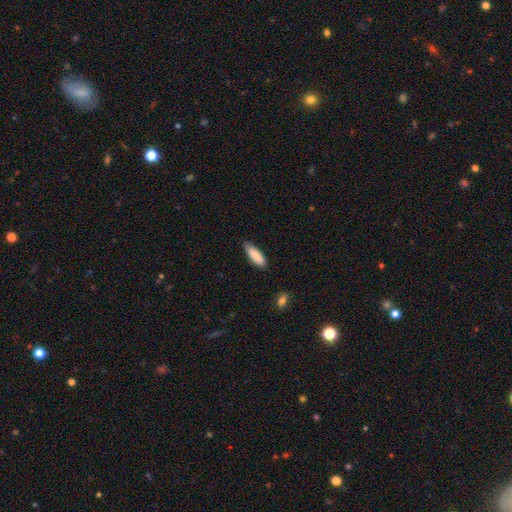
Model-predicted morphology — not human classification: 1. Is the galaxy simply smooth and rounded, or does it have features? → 87% smooth, 7% featured or disk, 6% star or artifact.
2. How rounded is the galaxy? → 56% in between, 43% cigar-shaped, 2% round.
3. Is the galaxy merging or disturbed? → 72% none, 23% minor disturbance, 3% major disturbance, 2% merger.